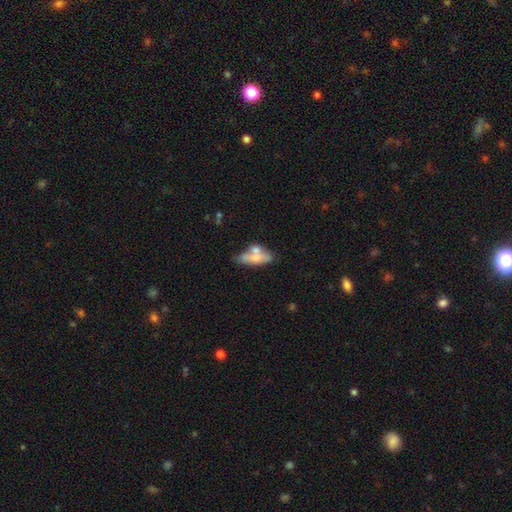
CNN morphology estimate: This is possibly a smooth galaxy (60%). How rounded: likely in between (65%). Merging: marginally none (37%).